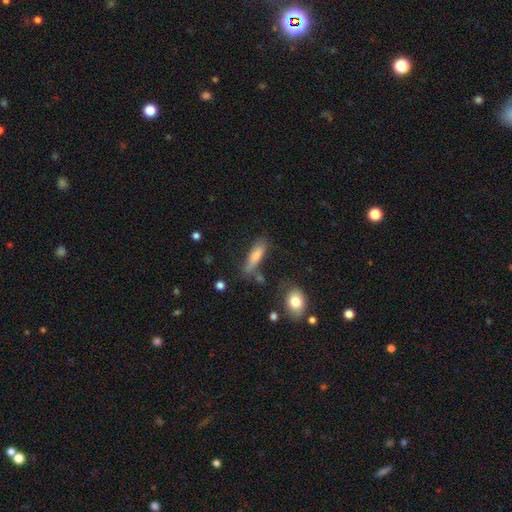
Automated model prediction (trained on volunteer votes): Smooth or featured? Predicted: smooth (p=0.72). How rounded? Predicted: cigar-shaped (p=0.65). Merging? Predicted: none (p=0.62).